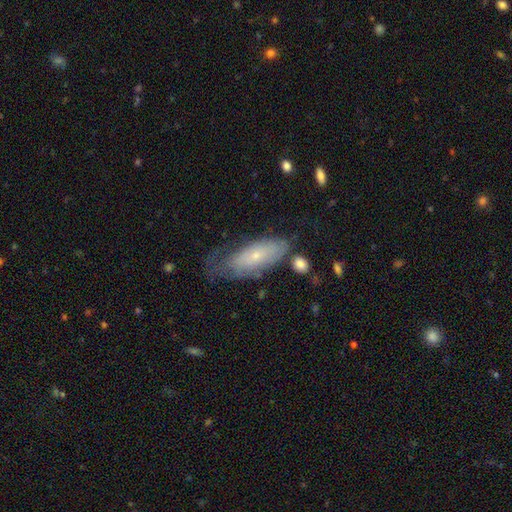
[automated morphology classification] This appears to be a smooth galaxy with no disk features (54%) that is in between round and cigar-shaped (74%). Merging: none (43%).